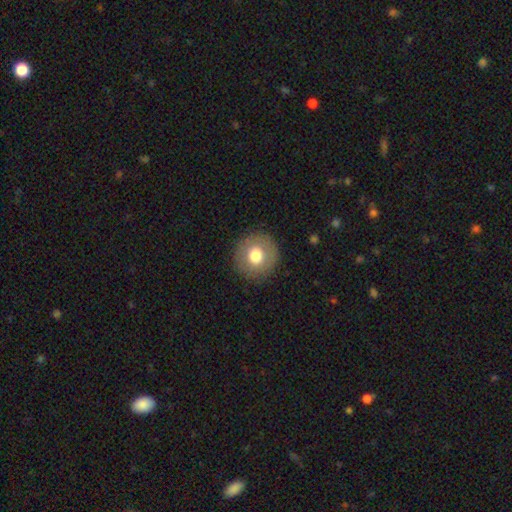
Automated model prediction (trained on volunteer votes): smooth-or-featured: smooth: 73% | featured or disk: 18% | star or artifact: 9%
  how-rounded: round: 93% | in between: 6% | cigar-shaped: 1%
  merging: none: 89% | minor disturbance: 7% | major disturbance: 3% | merger: 1%